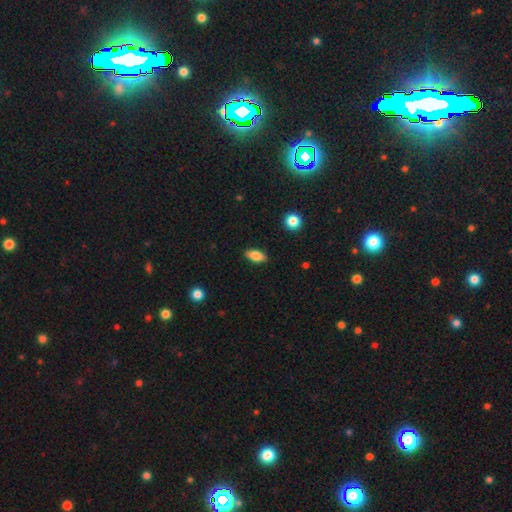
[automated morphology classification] smooth 79%, featured or disk 13%, star or artifact 7%. Down the decision tree: how rounded — in between (85%); merging — none (88%).